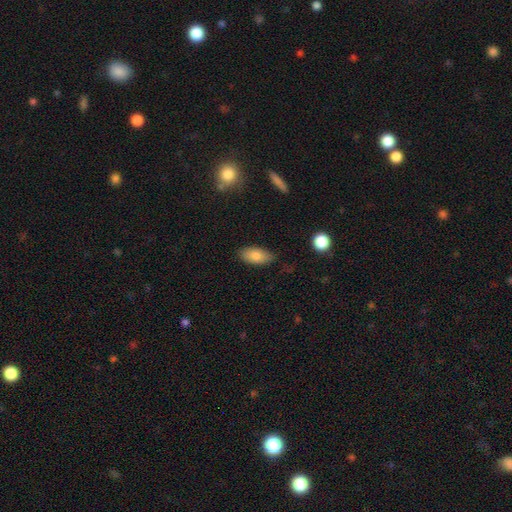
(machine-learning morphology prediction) smooth_or_featured: smooth (p=0.81) [alt: featured or disk p=0.12]
how_rounded: in between (p=0.92) [alt: cigar-shaped p=0.05]
merging: none (p=0.81) [alt: minor disturbance p=0.15]